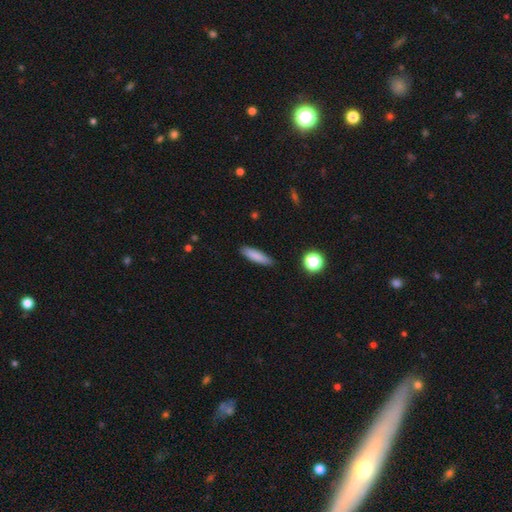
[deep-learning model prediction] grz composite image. It shows a smooth galaxy with no disk features (84%) that is cigar-shaped (70%). Merging: none (88%).